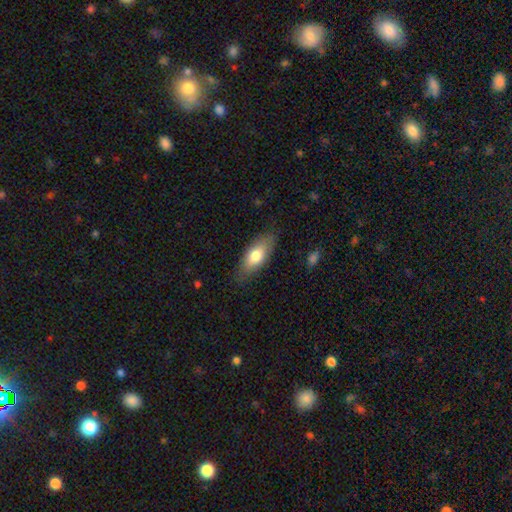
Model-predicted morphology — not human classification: smooth-or-featured: smooth: 74% | featured or disk: 20% | star or artifact: 6%
  how-rounded: in between: 79% | cigar-shaped: 18% | round: 3%
  merging: none: 81% | minor disturbance: 15% | major disturbance: 3% | merger: 1%